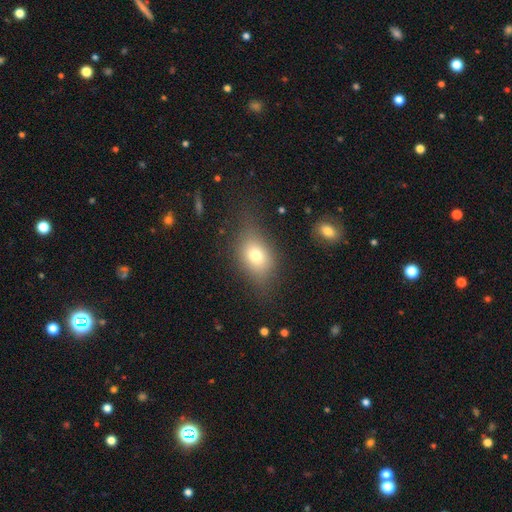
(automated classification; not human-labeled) Smooth or featured? smooth (72%)
How rounded? in between (72%)
Merging? none (65%)